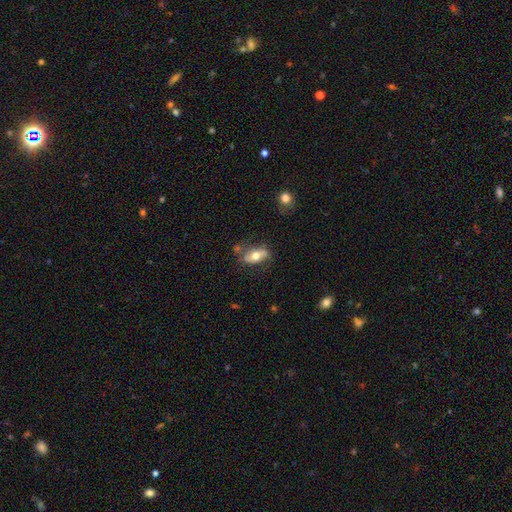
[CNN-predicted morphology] This is possibly a smooth galaxy (56%). How rounded: clearly in between (85%). Merging: likely none (62%).